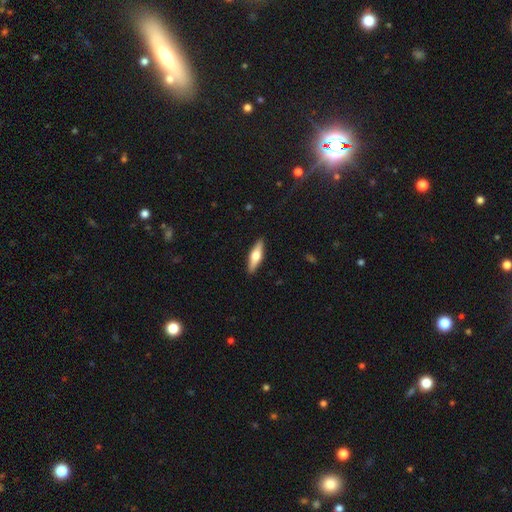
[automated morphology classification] smooth_or_featured: smooth (p=0.49) [alt: featured or disk p=0.46]
merging: none (p=0.90) [alt: minor disturbance p=0.07]